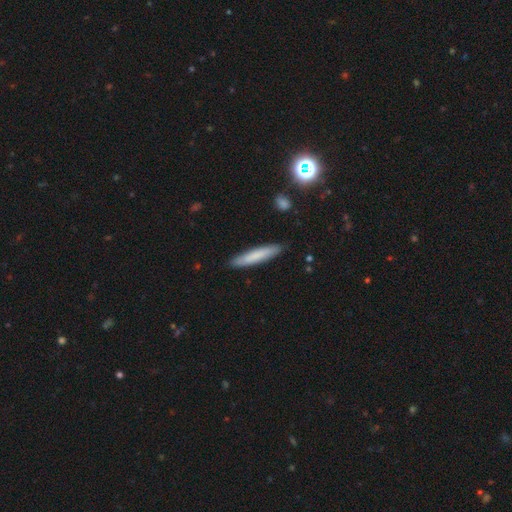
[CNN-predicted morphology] This appears to be a smooth galaxy with no disk features (76%) that is cigar-shaped (91%). Merging: none (89%).